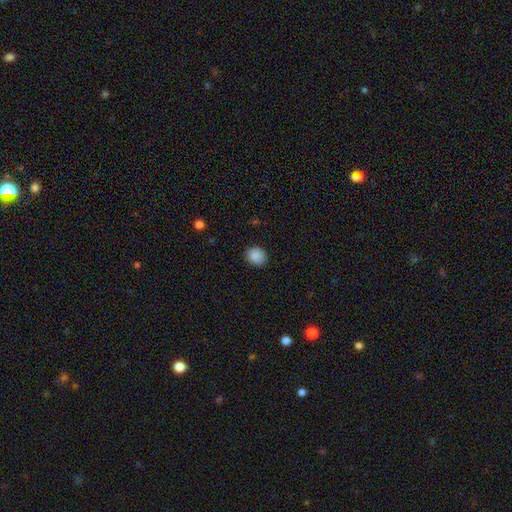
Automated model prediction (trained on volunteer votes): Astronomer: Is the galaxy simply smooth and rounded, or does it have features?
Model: smooth — 88%.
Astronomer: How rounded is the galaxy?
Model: round — 75%.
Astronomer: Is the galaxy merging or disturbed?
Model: none — 88%.